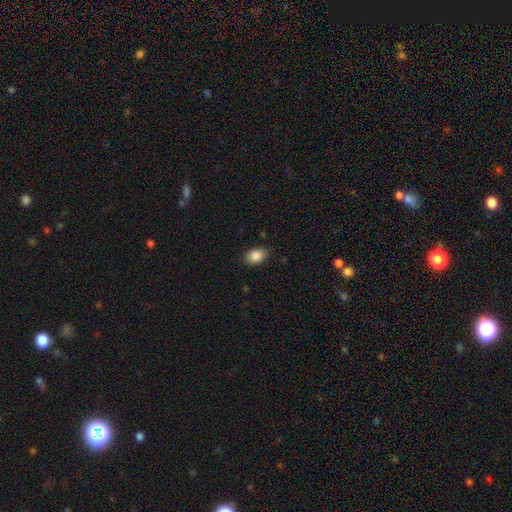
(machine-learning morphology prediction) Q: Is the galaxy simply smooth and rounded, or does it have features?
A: smooth — 86%.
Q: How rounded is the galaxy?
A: in between — 83%.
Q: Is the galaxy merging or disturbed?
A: none — 86%.